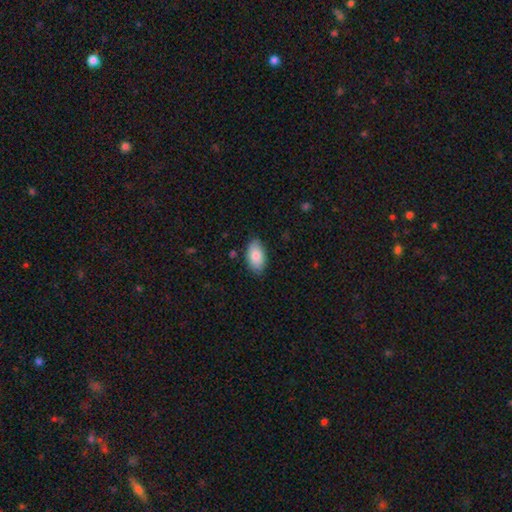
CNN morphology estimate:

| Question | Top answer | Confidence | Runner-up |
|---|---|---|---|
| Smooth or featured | smooth | 84% | featured or disk (9%) |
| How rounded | in between | 94% | round (4%) |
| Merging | none | 83% | minor disturbance (13%) |